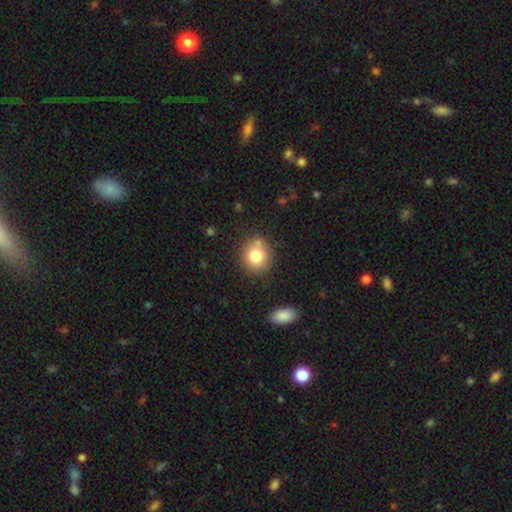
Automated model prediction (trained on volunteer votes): Morphology: type=smooth (79%); roundness=round (81%); merging=none (74%).